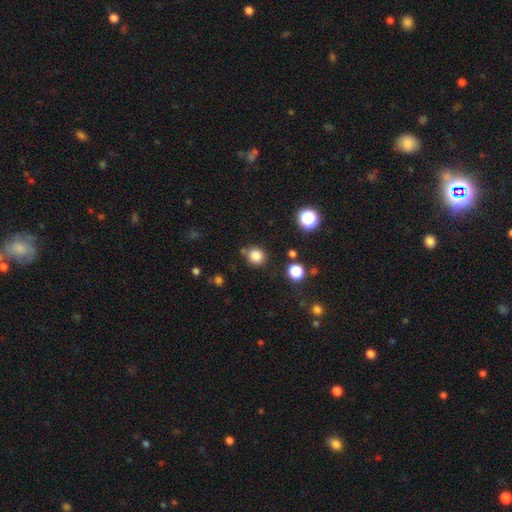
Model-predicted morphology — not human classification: Q: Smooth or featured?
A: smooth (83%); runner-up: star or artifact (13%)
Q: How rounded?
A: round (88%); runner-up: in between (11%)
Q: Merging?
A: none (78%); runner-up: minor disturbance (12%)